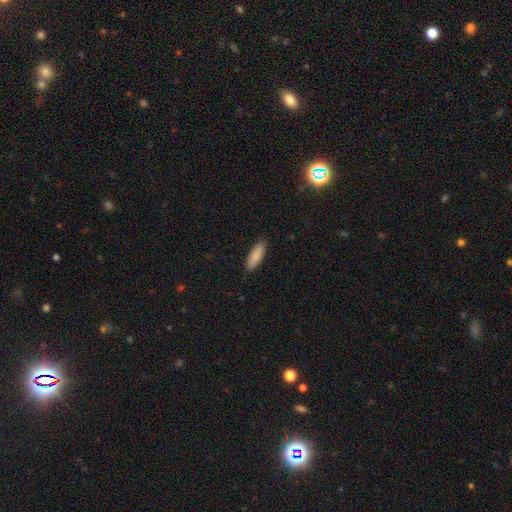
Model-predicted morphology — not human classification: Smooth or featured: smooth — 87% (featured or disk — 7%)
How rounded: in between — 55% (cigar-shaped — 43%)
Merging: none — 86% (minor disturbance — 11%)